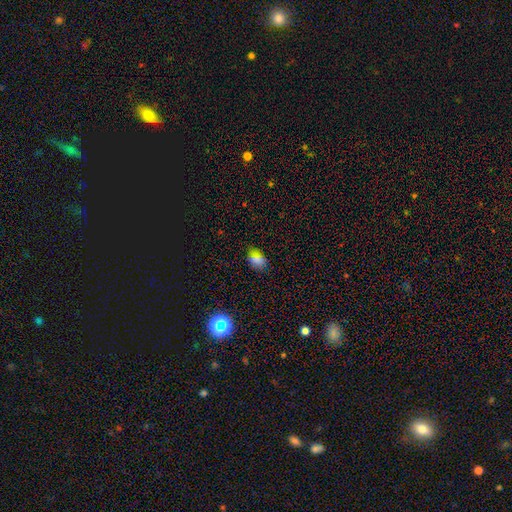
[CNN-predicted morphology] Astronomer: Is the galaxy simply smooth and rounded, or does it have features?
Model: smooth — 68%.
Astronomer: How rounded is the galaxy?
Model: in between — 80%.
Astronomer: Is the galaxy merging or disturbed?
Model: none — 84%.